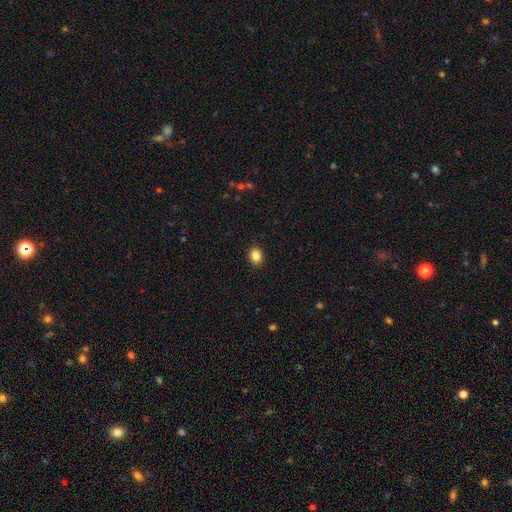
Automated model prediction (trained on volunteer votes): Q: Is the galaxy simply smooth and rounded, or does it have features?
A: smooth — 85%.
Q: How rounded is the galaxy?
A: round — 53%.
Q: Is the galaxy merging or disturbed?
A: none — 90%.